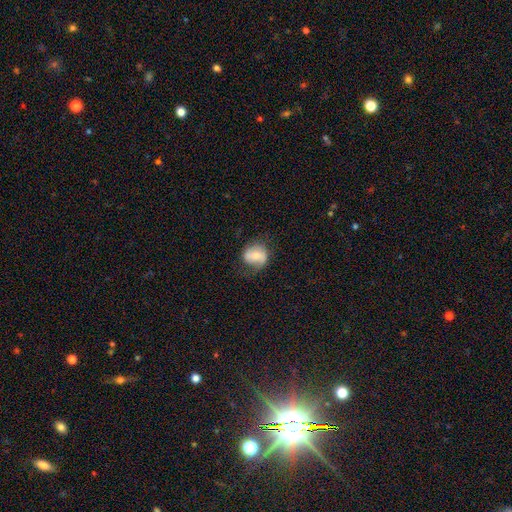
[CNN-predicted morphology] Smooth or featured: smooth — 50% (featured or disk — 42%)
Merging: none — 60% (minor disturbance — 25%)